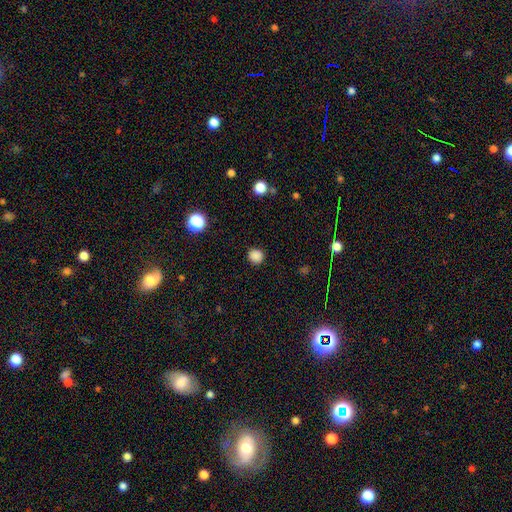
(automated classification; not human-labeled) Smooth or featured? Predicted: smooth (p=0.85). How rounded? Predicted: round (p=0.89). Merging? Predicted: none (p=0.90).